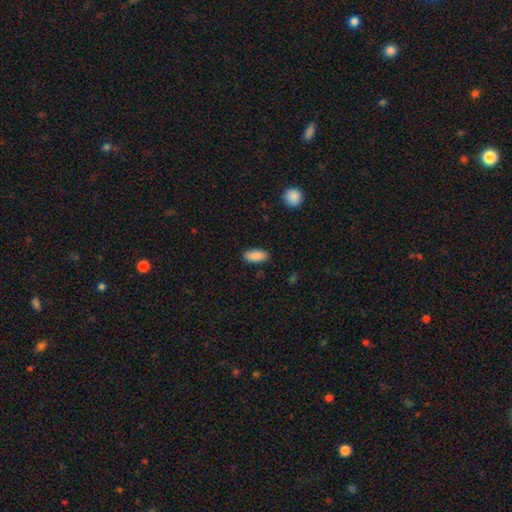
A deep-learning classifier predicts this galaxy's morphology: Smooth or featured?
  - smooth: 89% *
  - star or artifact: 7%
  - featured or disk: 4%
How rounded?
  - in between: 84% *
  - cigar-shaped: 13%
  - round: 2%
Merging?
  - none: 88% *
  - minor disturbance: 9%
  - major disturbance: 2%
  - merger: 1%